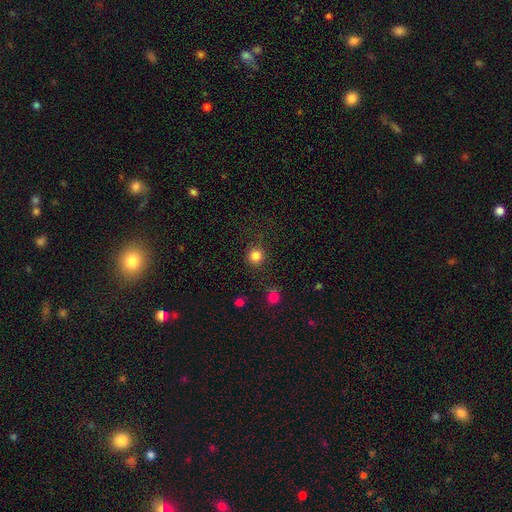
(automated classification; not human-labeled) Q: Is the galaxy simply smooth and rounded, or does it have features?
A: smooth — 83%.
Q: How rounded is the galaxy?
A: round — 93%.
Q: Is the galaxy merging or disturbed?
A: none — 85%.